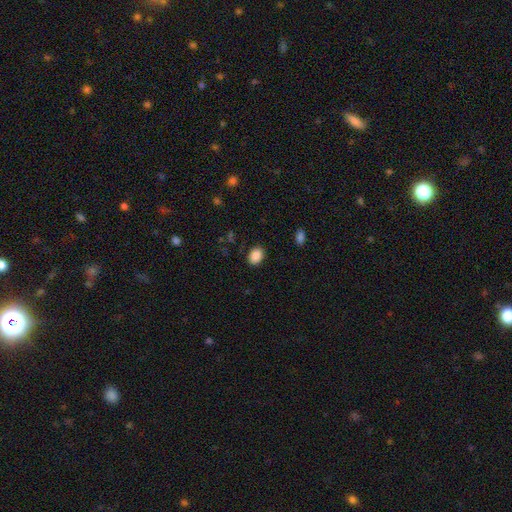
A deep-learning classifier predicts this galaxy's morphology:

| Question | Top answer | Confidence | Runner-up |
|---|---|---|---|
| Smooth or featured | smooth | 88% | star or artifact (9%) |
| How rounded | in between | 69% | round (30%) |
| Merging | none | 87% | minor disturbance (9%) |